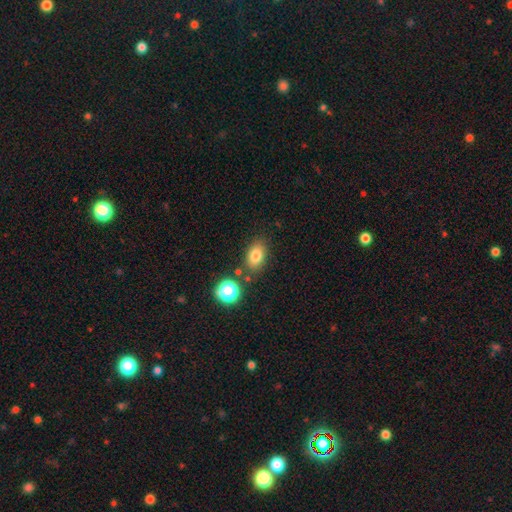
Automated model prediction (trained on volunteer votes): Smooth or featured: smooth — 79% (star or artifact — 12%)
How rounded: in between — 80% (round — 18%)
Merging: none — 79% (minor disturbance — 12%)